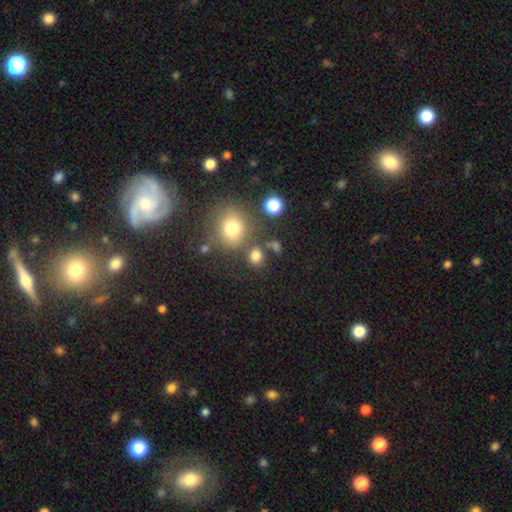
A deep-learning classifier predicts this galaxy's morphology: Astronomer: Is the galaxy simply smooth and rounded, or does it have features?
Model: smooth — 77%.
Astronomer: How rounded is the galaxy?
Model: round — 72%.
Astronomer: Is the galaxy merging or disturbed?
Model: none — 71%.